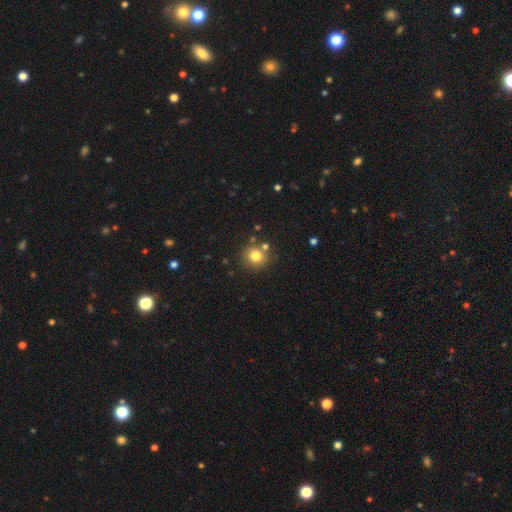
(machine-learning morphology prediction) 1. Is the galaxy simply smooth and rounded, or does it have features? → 80% smooth, 12% star or artifact, 8% featured or disk.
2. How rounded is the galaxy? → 86% round, 13% in between, 1% cigar-shaped.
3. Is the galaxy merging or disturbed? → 77% none, 10% minor disturbance, 10% merger, 3% major disturbance.